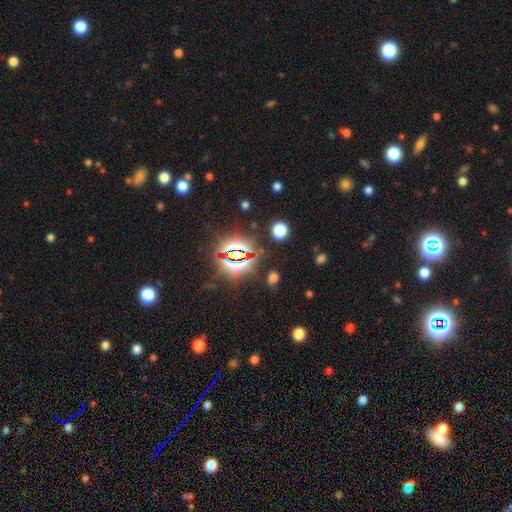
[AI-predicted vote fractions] The model was most divided on "smooth or featured": star or artifact: 81%, smooth: 12%, featured or disk: 7%.